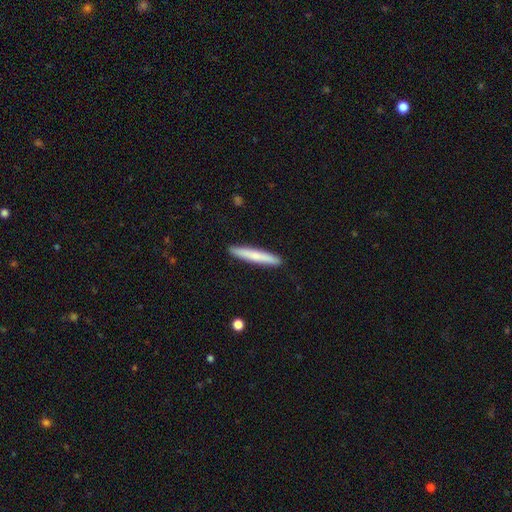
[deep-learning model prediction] smooth_or_featured: smooth (p=0.72) [alt: featured or disk p=0.23]
how_rounded: cigar-shaped (p=0.95) [alt: in between p=0.04]
merging: none (p=0.92) [alt: minor disturbance p=0.06]